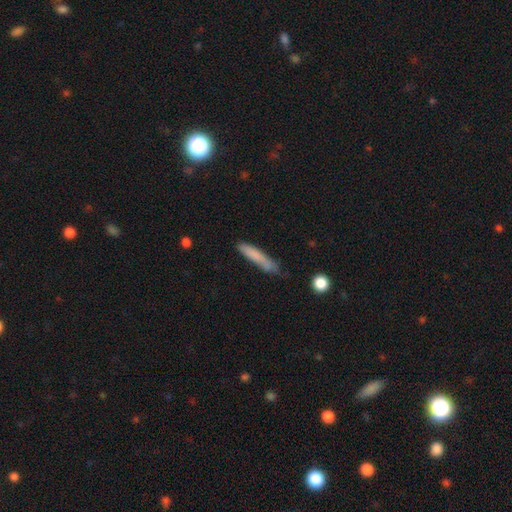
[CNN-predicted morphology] Smooth or featured?
  - smooth: 77% *
  - featured or disk: 16%
  - star or artifact: 7%
How rounded?
  - cigar-shaped: 90% *
  - in between: 8%
  - round: 1%
Merging?
  - none: 64% *
  - minor disturbance: 26%
  - major disturbance: 7%
  - merger: 3%